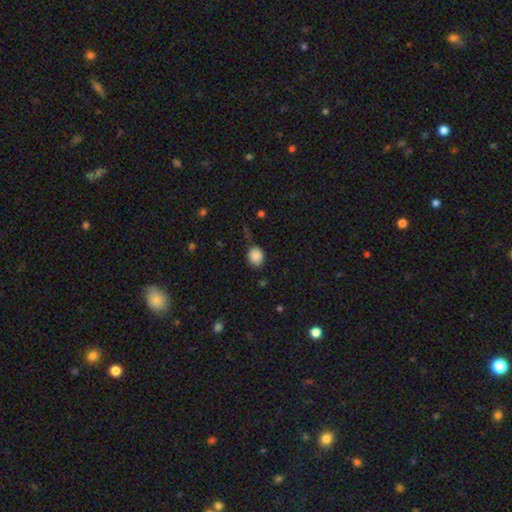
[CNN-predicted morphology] A smooth galaxy with no disk features (88%) that is round (55%).

Vote fractions:
- Smooth or featured? smooth: 88% / star or artifact: 9% / featured or disk: 4%
- How rounded? round: 55% / in between: 44% / cigar-shaped: 1%
- Merging? none: 74% / minor disturbance: 20% / major disturbance: 4% / merger: 2%